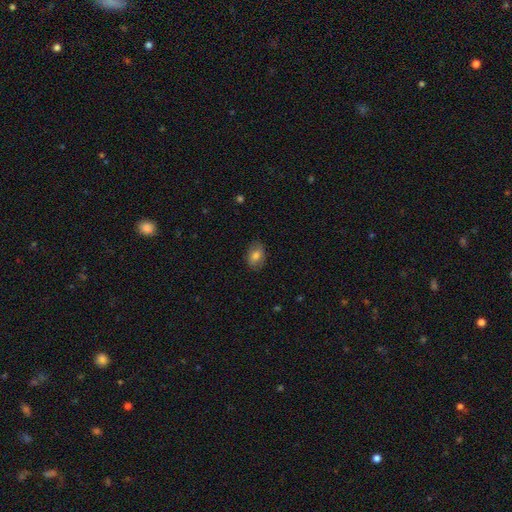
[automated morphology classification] This appears to be a smooth galaxy with no disk features (74%) that is in between round and cigar-shaped (80%). Merging: none (83%).